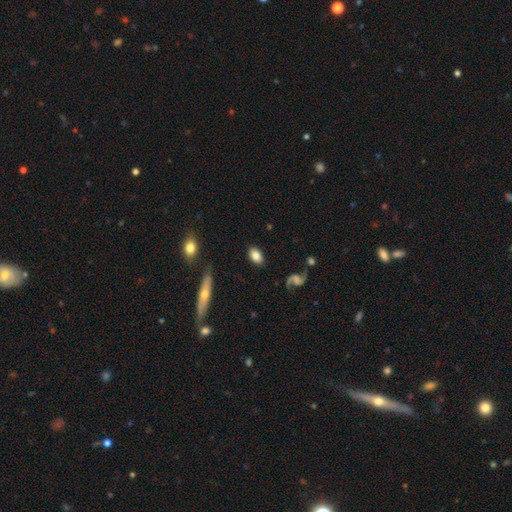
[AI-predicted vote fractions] Smooth or featured: smooth — 77% (featured or disk — 16%)
How rounded: in between — 88% (round — 9%)
Merging: none — 84% (minor disturbance — 11%)